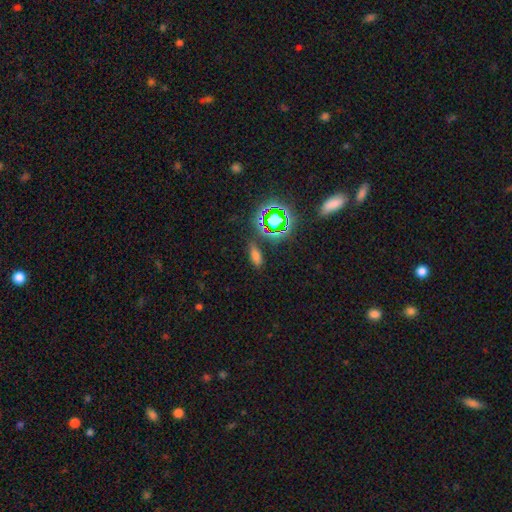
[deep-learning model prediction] A smooth galaxy with no disk features (64%) that is in between round and cigar-shaped (73%).

Vote fractions:
- Smooth or featured? smooth: 64% / star or artifact: 27% / featured or disk: 9%
- How rounded? in between: 73% / cigar-shaped: 20% / round: 7%
- Merging? none: 80% / minor disturbance: 12% / major disturbance: 4% / merger: 4%